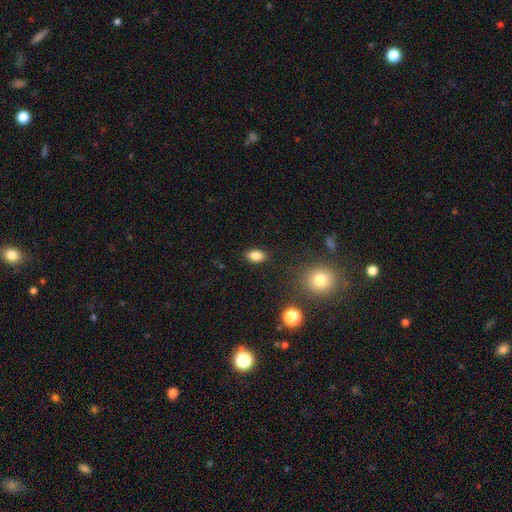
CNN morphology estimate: Smooth or featured: smooth — 84% (star or artifact — 10%)
How rounded: in between — 88% (round — 9%)
Merging: none — 87% (minor disturbance — 9%)